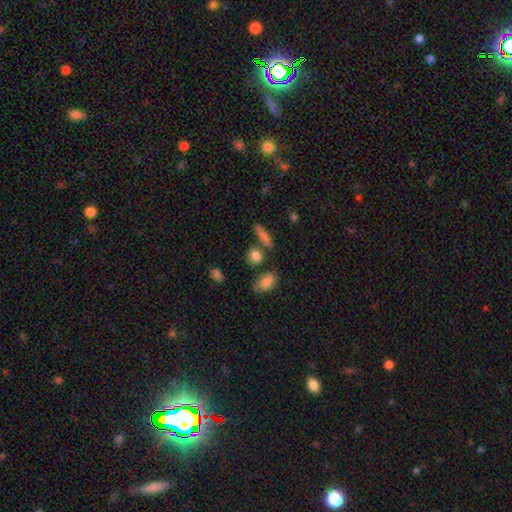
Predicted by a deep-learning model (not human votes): Smooth or featured?
  - smooth: 79% *
  - featured or disk: 11%
  - star or artifact: 10%
How rounded?
  - in between: 40% *
  - round: 38%
  - cigar-shaped: 22%
Merging?
  - none: 66% *
  - merger: 16%
  - minor disturbance: 13%
  - major disturbance: 5%